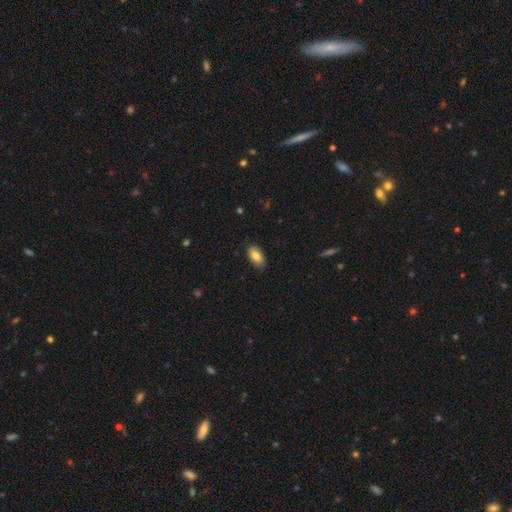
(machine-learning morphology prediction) Smooth or featured: smooth — 83% (featured or disk — 10%)
How rounded: in between — 93% (round — 4%)
Merging: none — 84% (minor disturbance — 13%)